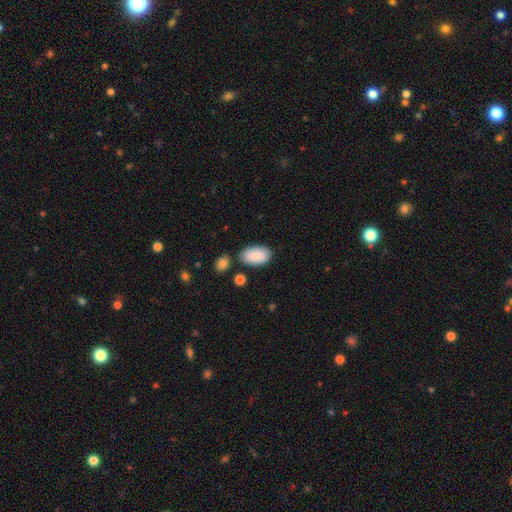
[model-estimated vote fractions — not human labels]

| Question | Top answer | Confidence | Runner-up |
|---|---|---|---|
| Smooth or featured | smooth | 90% | star or artifact (6%) |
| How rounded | in between | 95% | round (3%) |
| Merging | none | 78% | minor disturbance (13%) |